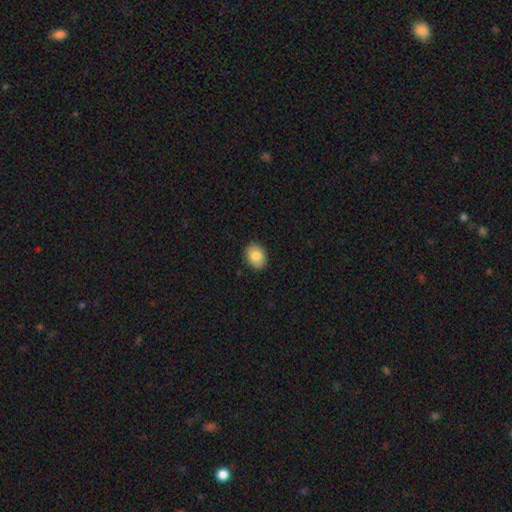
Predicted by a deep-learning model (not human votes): A smooth galaxy with no disk features (83%) that is in between round and cigar-shaped (62%).

Vote fractions:
- Smooth or featured? smooth: 83% / featured or disk: 9% / star or artifact: 8%
- How rounded? in between: 62% / round: 37% / cigar-shaped: 1%
- Merging? none: 89% / minor disturbance: 8% / major disturbance: 2% / merger: 1%